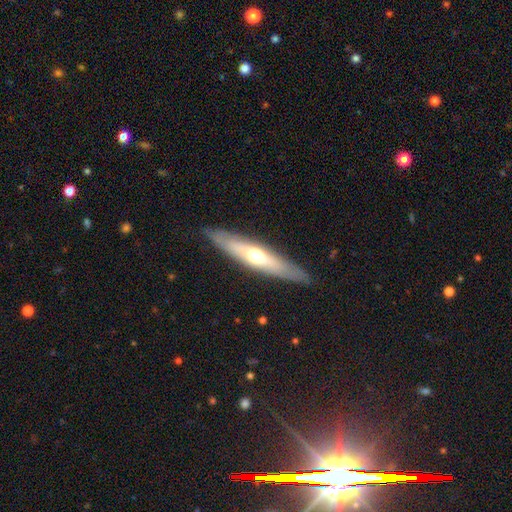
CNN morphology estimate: Smooth or featured? Predicted: featured or disk (p=0.53). Edge-on disk? Predicted: yes (p=0.78). Merging? Predicted: none (p=0.87).